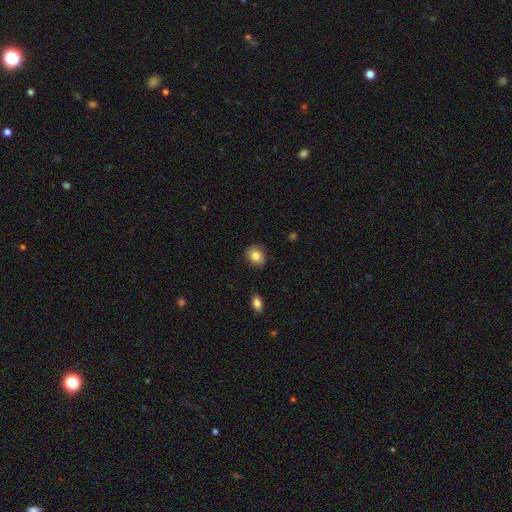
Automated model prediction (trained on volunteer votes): This appears to be a smooth galaxy with no disk features (82%) that is round (66%). Merging: none (83%).